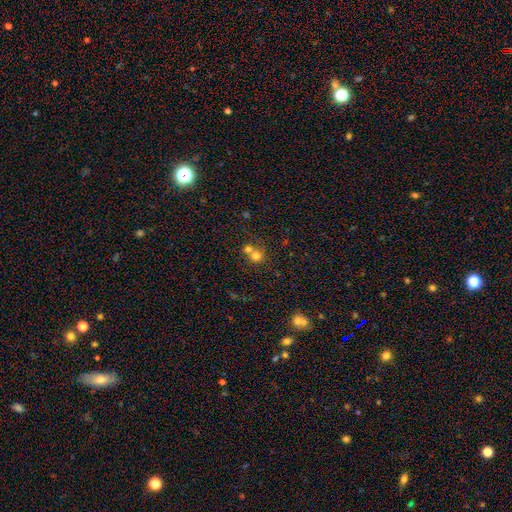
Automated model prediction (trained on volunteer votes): smooth_or_featured: smooth (p=0.74) [alt: star or artifact p=0.15]
how_rounded: round (p=0.86) [alt: in between p=0.13]
merging: merger (p=0.50) [alt: none p=0.41]